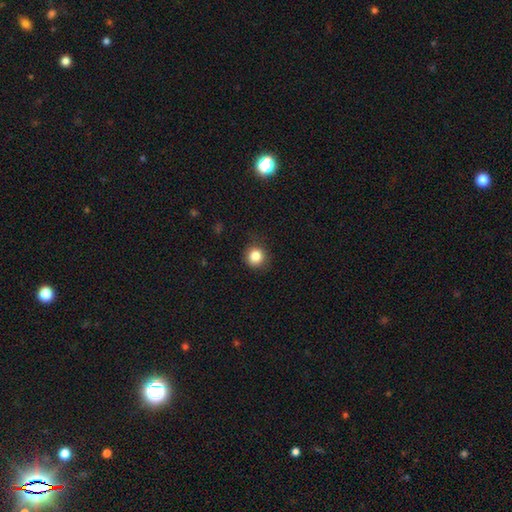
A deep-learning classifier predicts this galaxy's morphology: smooth-or-featured: smooth: 85% | star or artifact: 11% | featured or disk: 5%
  how-rounded: round: 90% | in between: 9% | cigar-shaped: 1%
  merging: none: 85% | minor disturbance: 10% | major disturbance: 3% | merger: 1%